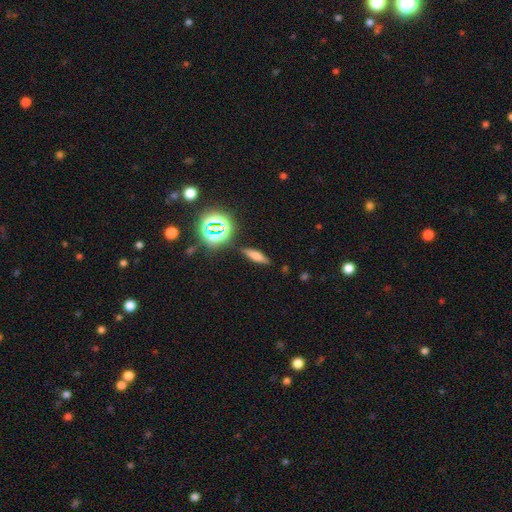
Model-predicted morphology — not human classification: smooth 61%, featured or disk 20%, star or artifact 19%. Down the decision tree: how rounded — cigar-shaped (64%); merging — none (85%).